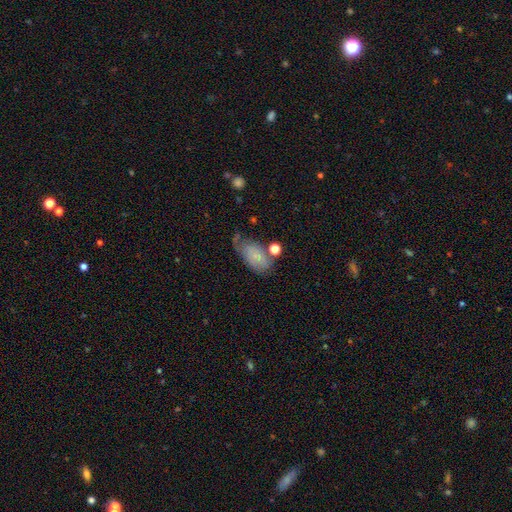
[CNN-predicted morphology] A smooth galaxy with no disk features (65%) that is in between round and cigar-shaped (90%).

Vote fractions:
- Smooth or featured? smooth: 65% / featured or disk: 26% / star or artifact: 9%
- How rounded? in between: 90% / round: 7% / cigar-shaped: 3%
- Merging? none: 44% / minor disturbance: 30% / major disturbance: 15% / merger: 11%